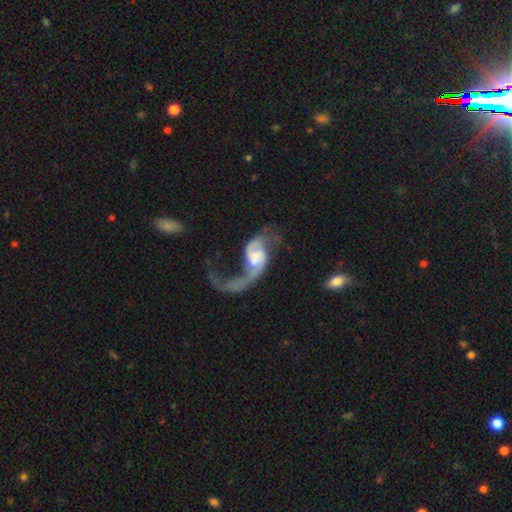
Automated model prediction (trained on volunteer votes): A featured or disk galaxy (85%) with no bar (47%), 2 (77%) loose (84%) spiral arms (93%) and a small central bulge (32%).

Vote fractions:
- Smooth or featured? featured or disk: 85% / smooth: 9% / star or artifact: 5%
- Edge-on disk? no: 97% / yes: 3%
- Bar? no: 47% / weak: 41% / strong: 12%
- Spiral arms? yes: 93% / no: 7%
- Spiral winding? loose: 84% / medium: 13% / tight: 3%
- Spiral arm count? 2: 77% / 1: 17% / can't tell: 2% / 3: 1% / 4: 1% / more than 4: 1%
- Bulge size? small: 32% / moderate: 30% / none: 19% / large: 15% / dominant: 3%
- Merging? major disturbance: 46% / none: 31% / minor disturbance: 12% / merger: 10%